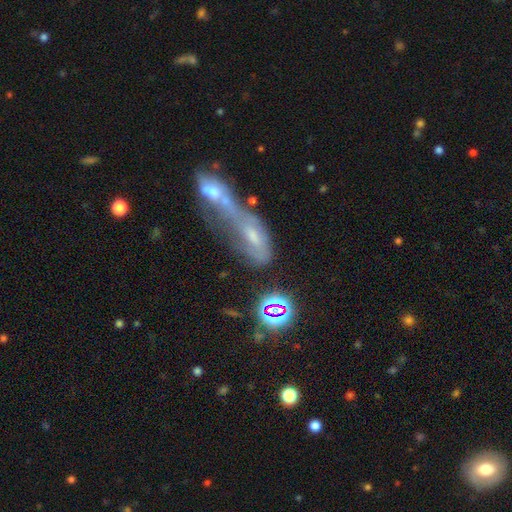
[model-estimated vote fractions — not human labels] This appears to be a featured or disk galaxy (43%). Merging: merger (69%).